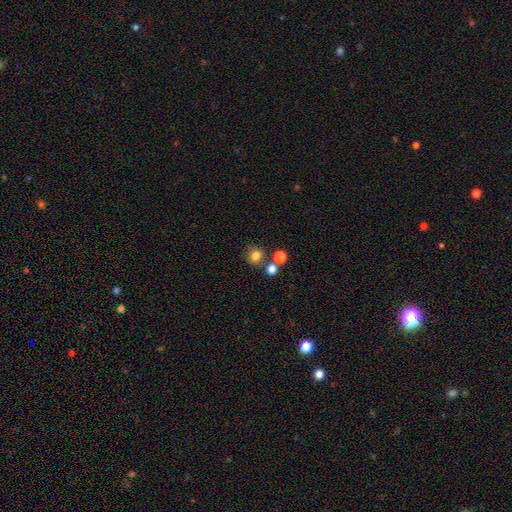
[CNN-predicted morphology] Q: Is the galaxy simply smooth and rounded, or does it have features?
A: smooth — 79%.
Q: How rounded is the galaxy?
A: round — 79%.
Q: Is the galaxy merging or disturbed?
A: none — 70%.